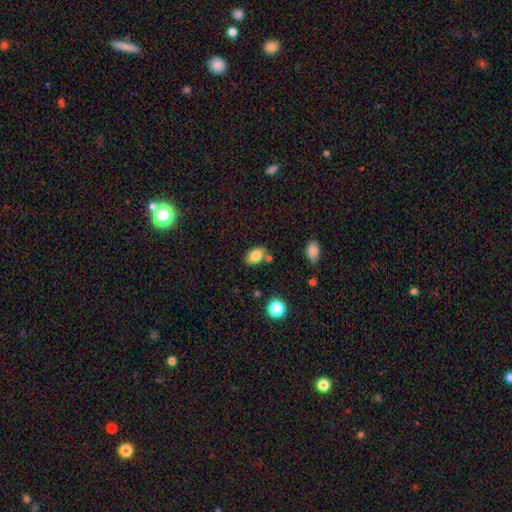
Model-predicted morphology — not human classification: Smooth or featured? smooth (83%)
How rounded? in between (87%)
Merging? none (73%)